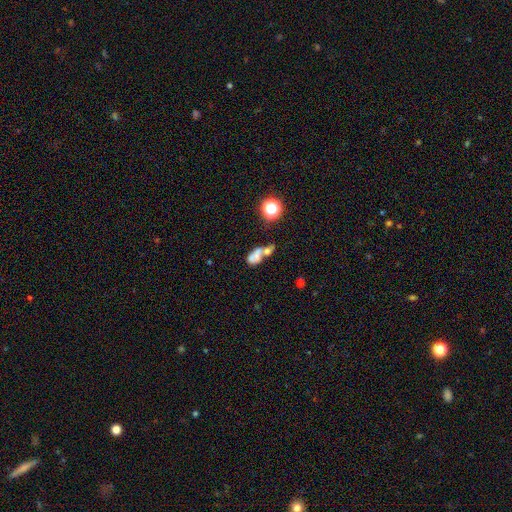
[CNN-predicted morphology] A smooth galaxy with no disk features (51%) that is in between round and cigar-shaped (73%).

Vote fractions:
- Smooth or featured? smooth: 51% / featured or disk: 32% / star or artifact: 17%
- How rounded? in between: 73% / round: 20% / cigar-shaped: 7%
- Merging? merger: 57% / none: 18% / major disturbance: 15% / minor disturbance: 11%